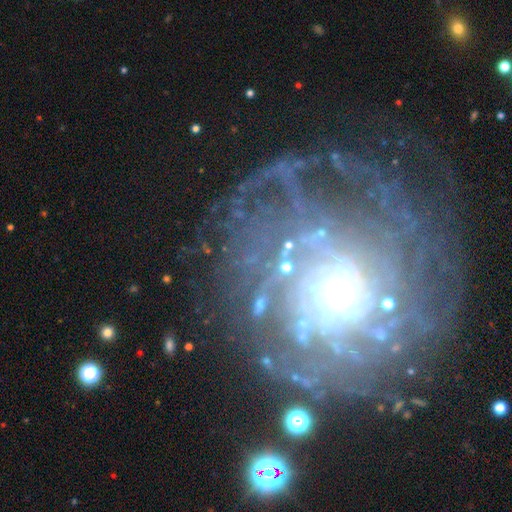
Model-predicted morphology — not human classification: Smooth or featured: featured or disk — 85% (star or artifact — 9%)
Edge-on disk: no — 97% (yes — 3%)
Bar: no — 76% (weak — 17%)
Spiral arms: yes — 93% (no — 7%)
Spiral winding: tight — 71% (medium — 22%)
Spiral arm count: can't tell — 32% (more than 4 — 27%)
Bulge size: small — 58% (moderate — 34%)
Merging: none — 67% (minor disturbance — 15%)